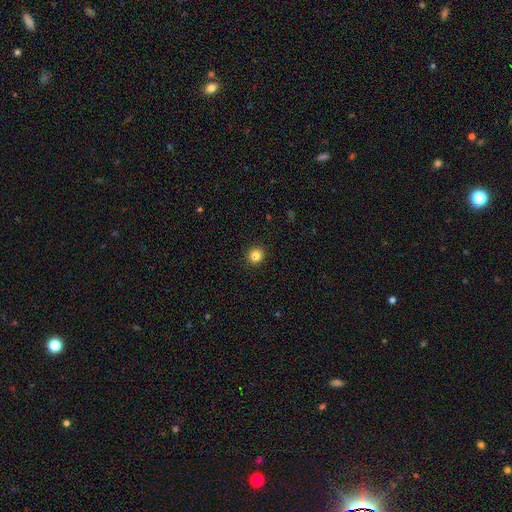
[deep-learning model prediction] Morphology: type=smooth (84%); roundness=round (90%); merging=none (93%).